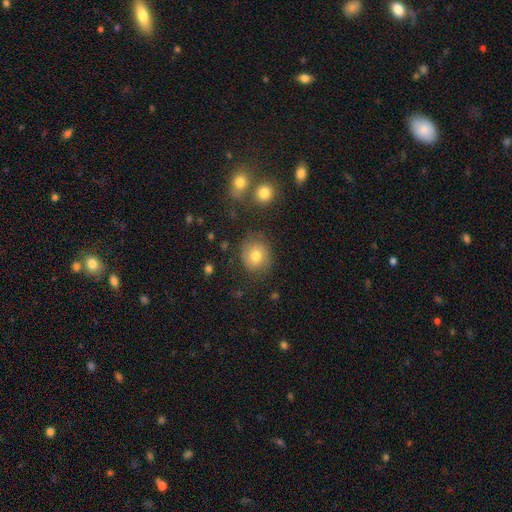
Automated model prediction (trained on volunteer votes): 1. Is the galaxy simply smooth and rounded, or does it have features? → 72% smooth, 17% featured or disk, 11% star or artifact.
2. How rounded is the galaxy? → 83% round, 16% in between, 1% cigar-shaped.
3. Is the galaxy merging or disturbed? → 78% none, 14% minor disturbance, 5% major disturbance, 3% merger.